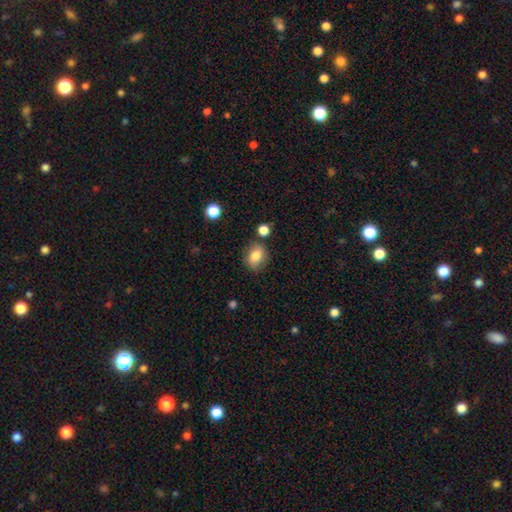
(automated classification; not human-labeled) A smooth galaxy with no disk features (80%) that is round (50%). Merging: none (79%).